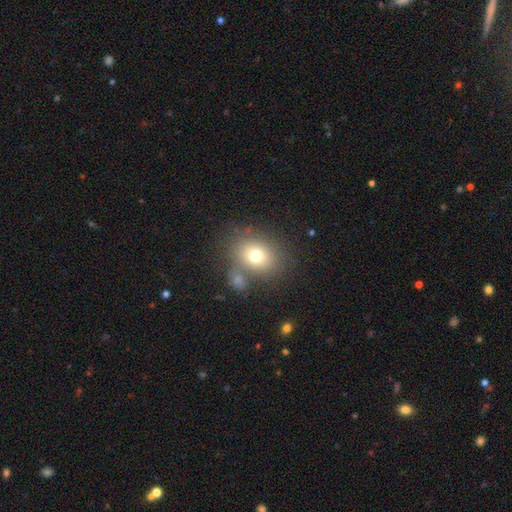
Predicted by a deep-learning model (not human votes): Smooth or featured? smooth (72%)
How rounded? round (54%)
Merging? none (64%)